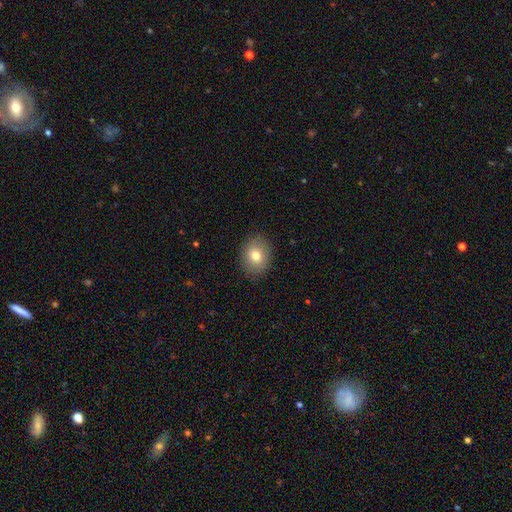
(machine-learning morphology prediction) smooth-or-featured: smooth: 78% | featured or disk: 12% | star or artifact: 9%
  how-rounded: in between: 52% | round: 47% | cigar-shaped: 1%
  merging: none: 88% | minor disturbance: 9% | major disturbance: 2% | merger: 1%